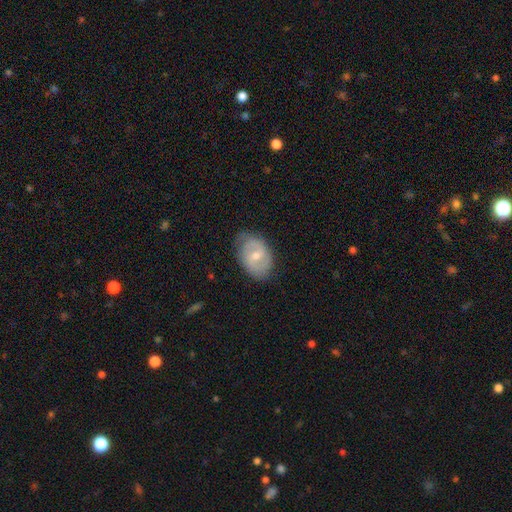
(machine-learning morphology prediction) A featured or disk galaxy (64%) with a weak bar (54%), spiral arms (78%) and a moderate central bulge (61%). Merging: none (73%).